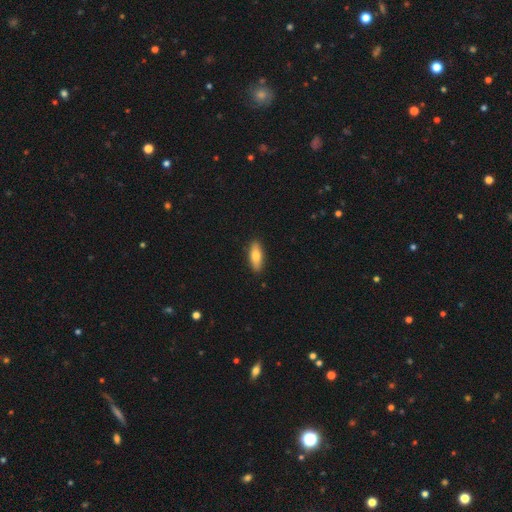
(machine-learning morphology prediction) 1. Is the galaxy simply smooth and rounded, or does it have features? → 74% smooth, 20% featured or disk, 6% star or artifact.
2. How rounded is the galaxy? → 64% in between, 33% cigar-shaped, 3% round.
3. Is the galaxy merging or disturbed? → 89% none, 8% minor disturbance, 2% major disturbance, 1% merger.